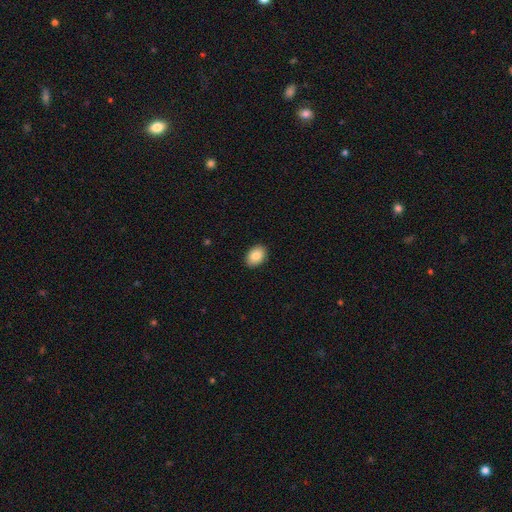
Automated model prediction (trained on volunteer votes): The model was most divided on "how rounded": in between: 82%, round: 17%, cigar-shaped: 1%. More confident: merging — none (90%); smooth or featured — smooth (87%).